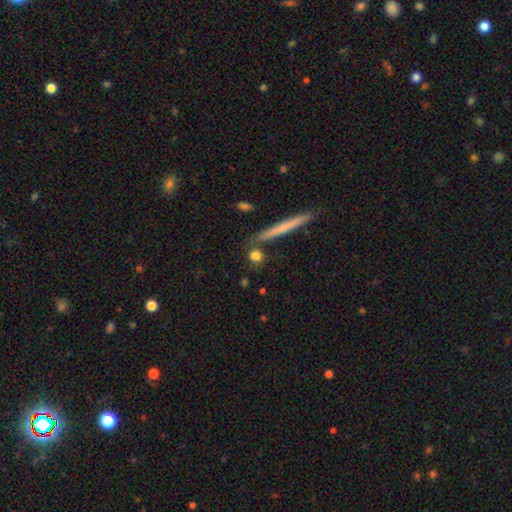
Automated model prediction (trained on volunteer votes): Smooth or featured: smooth — 78% (featured or disk — 13%)
How rounded: round — 66% (cigar-shaped — 19%)
Merging: none — 75% (minor disturbance — 11%)